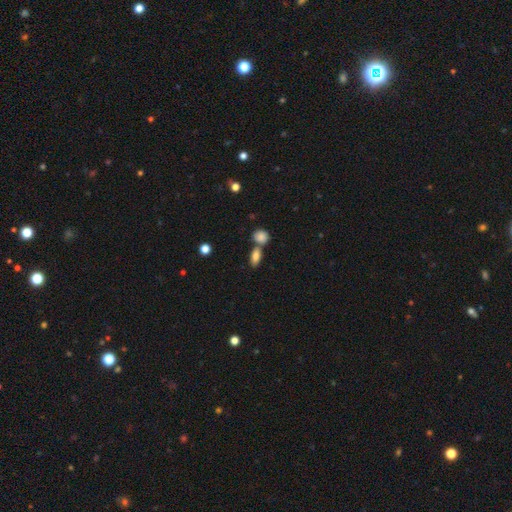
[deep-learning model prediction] smooth_or_featured: smooth (p=0.83) [alt: featured or disk p=0.09]
how_rounded: in between (p=0.82) [alt: cigar-shaped p=0.09]
merging: none (p=0.53) [alt: merger p=0.34]